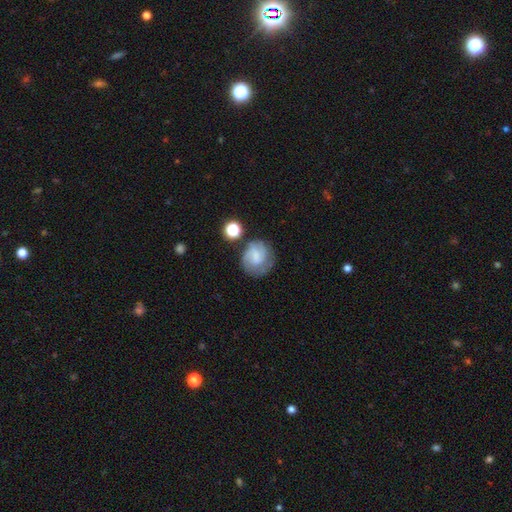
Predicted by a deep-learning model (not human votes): Smooth or featured? featured or disk (48%)
Merging? none (60%)